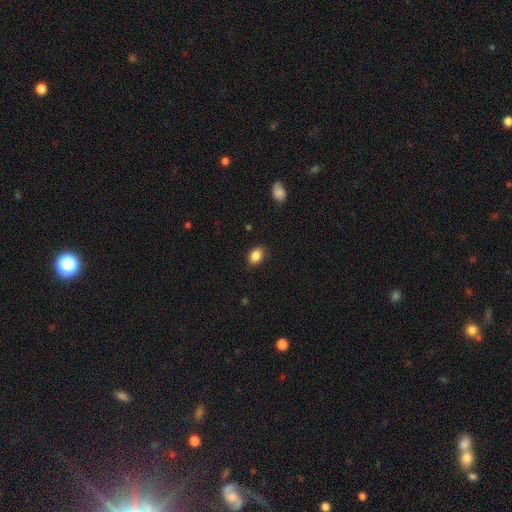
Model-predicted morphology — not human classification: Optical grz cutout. It shows a smooth galaxy with no disk features (87%) that is in between round and cigar-shaped (70%). Merging: none (82%).